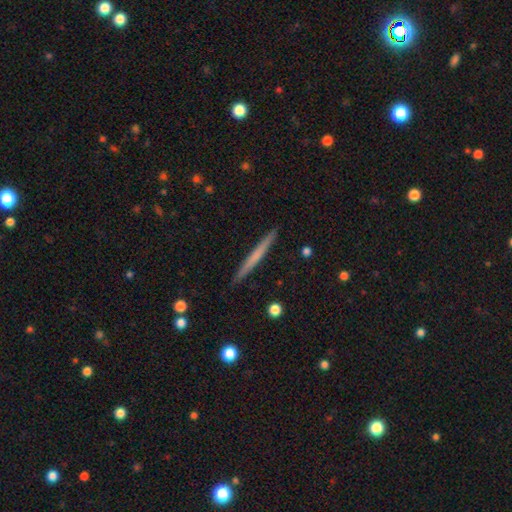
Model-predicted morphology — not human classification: smooth_or_featured: smooth (p=0.54) [alt: featured or disk p=0.41]
how_rounded: cigar-shaped (p=0.97) [alt: in between p=0.02]
merging: none (p=0.91) [alt: minor disturbance p=0.06]